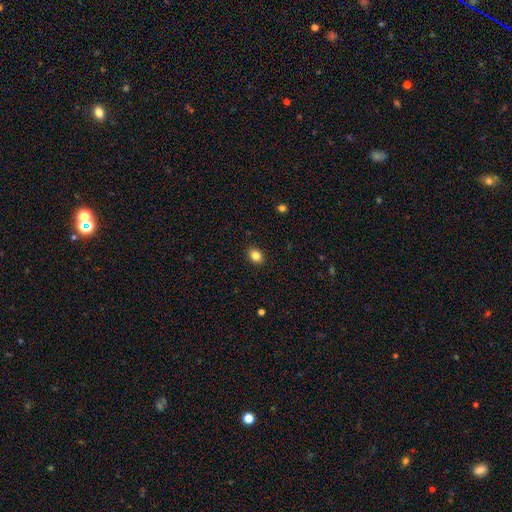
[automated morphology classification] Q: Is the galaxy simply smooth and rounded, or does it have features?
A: smooth — 84%.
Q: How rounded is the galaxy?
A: in between — 60%.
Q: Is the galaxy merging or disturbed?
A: none — 90%.